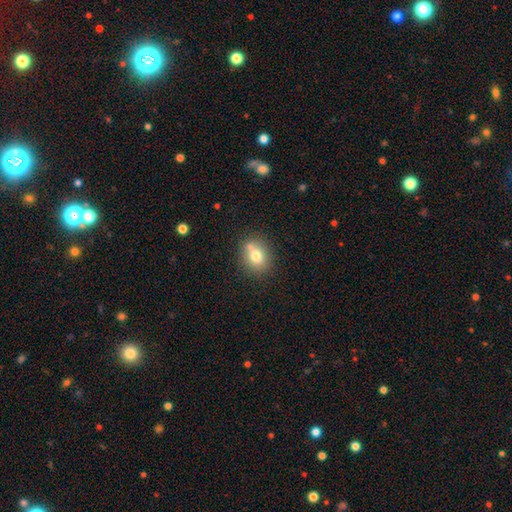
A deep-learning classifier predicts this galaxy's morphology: Smooth or featured? smooth (73%)
How rounded? round (61%)
Merging? none (63%)